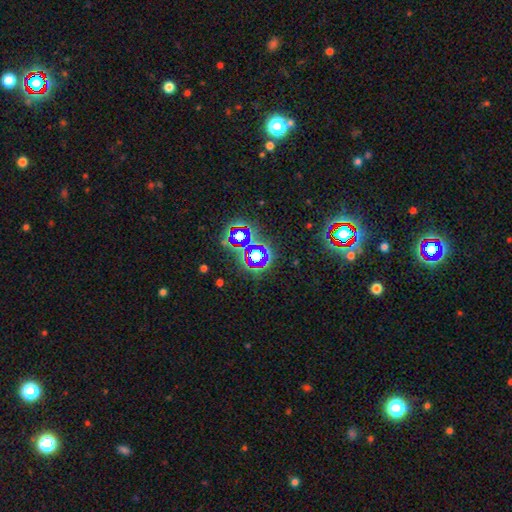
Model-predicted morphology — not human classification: A star or artifact, not a galaxy (74%).